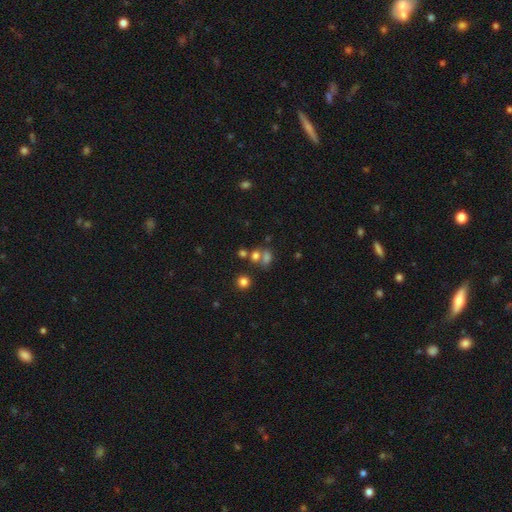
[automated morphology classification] Smooth or featured: smooth — 66% (star or artifact — 21%)
How rounded: in between — 54% (round — 44%)
Merging: none — 41% (merger — 40%)